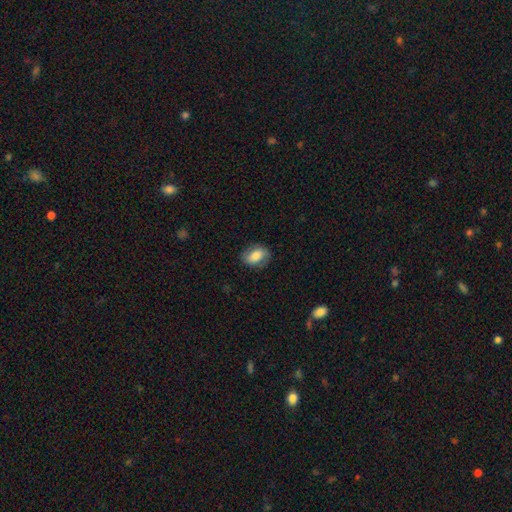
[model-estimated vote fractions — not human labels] This is likely a smooth galaxy (68%). How rounded: likely in between (79%). Merging: likely none (78%).